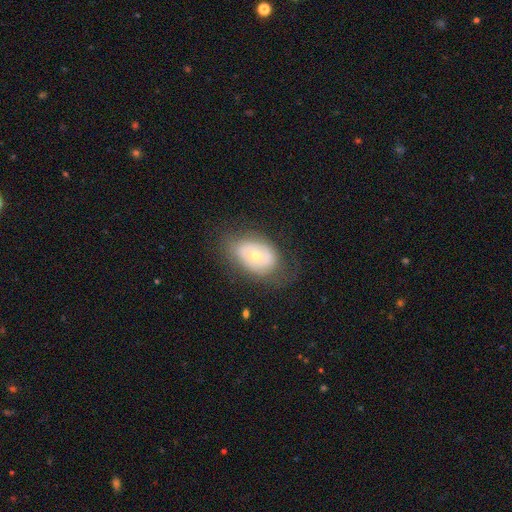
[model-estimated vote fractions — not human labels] This is possibly a featured or disk galaxy (57%). It is clearly not viewed edge-on (93%). Bar: clearly no (84%). Spiral arm pattern: likely no (67%). Central bulge: likely moderate (61%). Merging: likely none (68%).